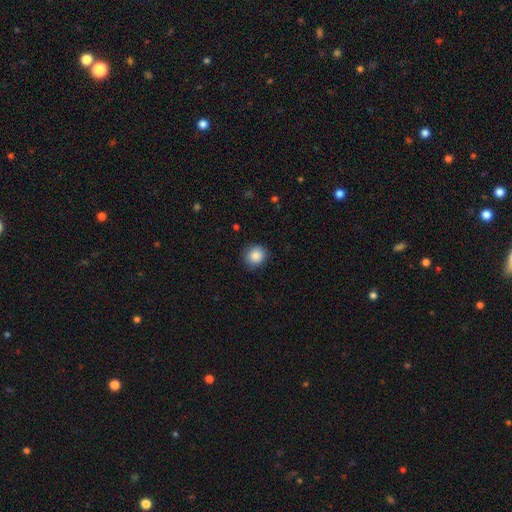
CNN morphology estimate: This is clearly a smooth galaxy (87%). How rounded: clearly round (88%). Merging: clearly none (86%).